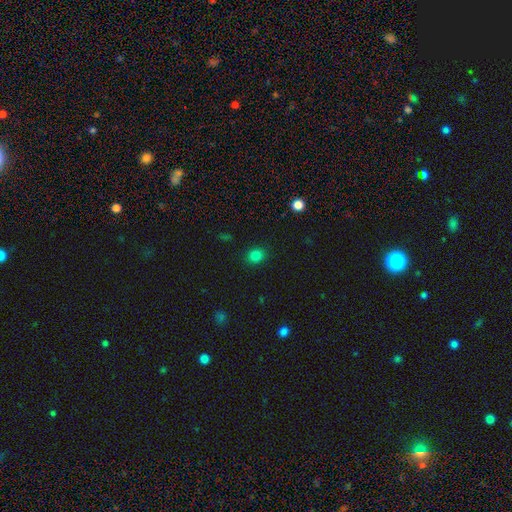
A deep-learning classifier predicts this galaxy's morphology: This is clearly a smooth galaxy (82%). How rounded: likely round (67%). Merging: clearly none (89%).